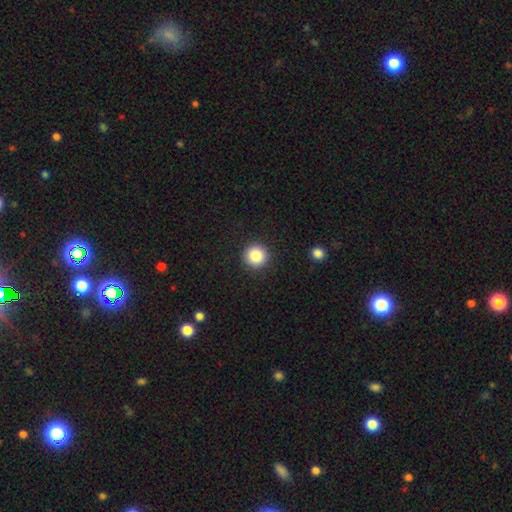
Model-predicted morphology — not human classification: This is clearly a smooth galaxy (84%). How rounded: clearly round (95%). Merging: clearly none (92%).